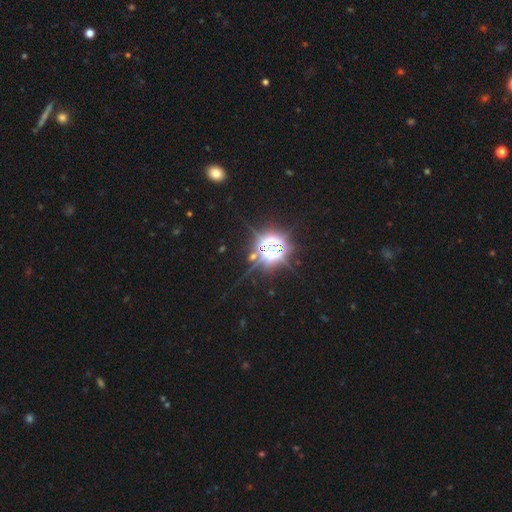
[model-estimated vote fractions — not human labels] Smooth or featured? Predicted: star or artifact (p=0.81).